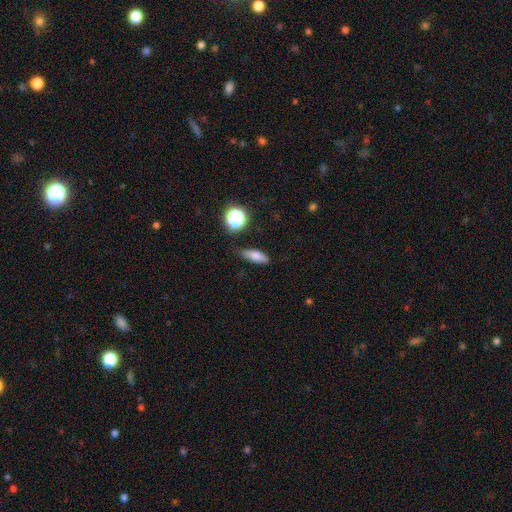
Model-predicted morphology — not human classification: smooth_or_featured: smooth (p=0.76) [alt: featured or disk p=0.13]
how_rounded: in between (p=0.61) [alt: cigar-shaped p=0.32]
merging: none (p=0.75) [alt: minor disturbance p=0.19]